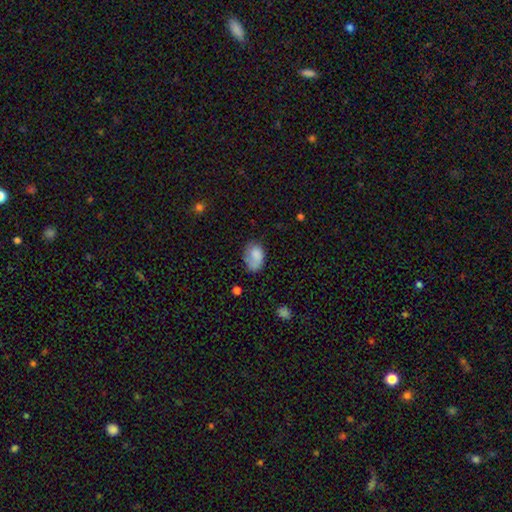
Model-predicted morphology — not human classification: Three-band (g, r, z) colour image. It shows a smooth galaxy with no disk features (75%) that is in between round and cigar-shaped (82%). Merging: none (50%).